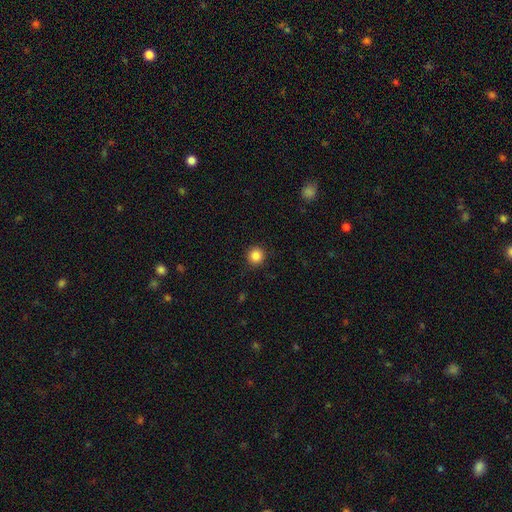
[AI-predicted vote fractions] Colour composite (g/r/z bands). It shows a smooth galaxy with no disk features (86%) that is round (95%). Merging: none (92%).